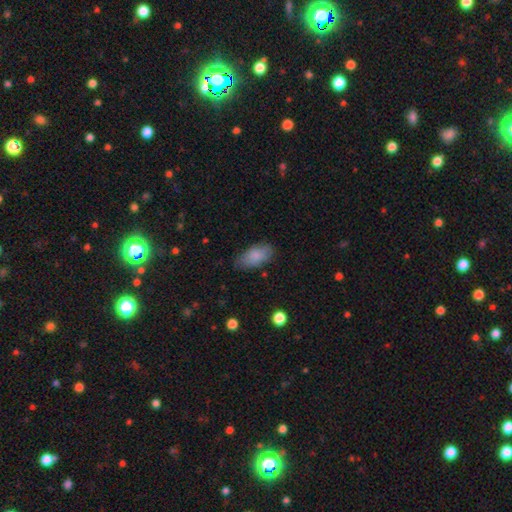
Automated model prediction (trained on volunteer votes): The model was most divided on "merging": none: 72%, minor disturbance: 22%, major disturbance: 5%, merger: 1%. More confident: how rounded — in between (91%); smooth or featured — smooth (84%).